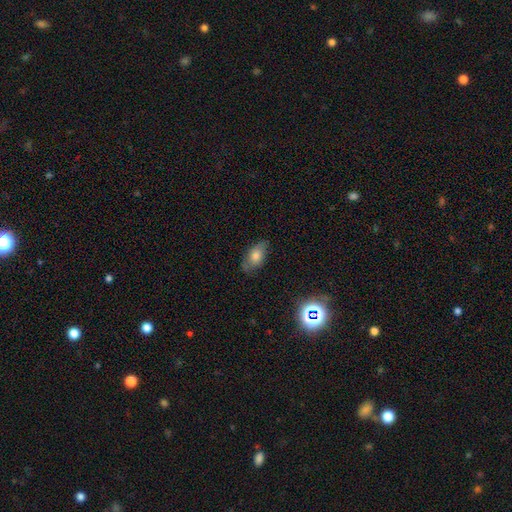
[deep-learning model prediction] This appears to be a smooth galaxy with no disk features (67%) that is in between round and cigar-shaped (87%). Merging: none (73%).